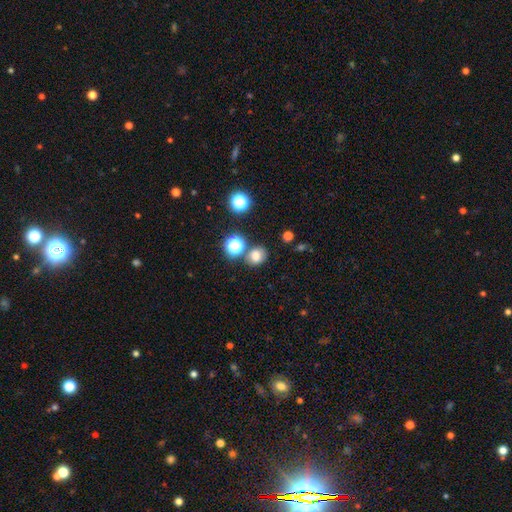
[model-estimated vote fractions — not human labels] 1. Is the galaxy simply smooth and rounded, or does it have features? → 75% smooth, 17% star or artifact, 8% featured or disk.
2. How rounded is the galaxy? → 64% round, 35% in between, 1% cigar-shaped.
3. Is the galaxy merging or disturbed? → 75% none, 11% minor disturbance, 10% merger, 4% major disturbance.